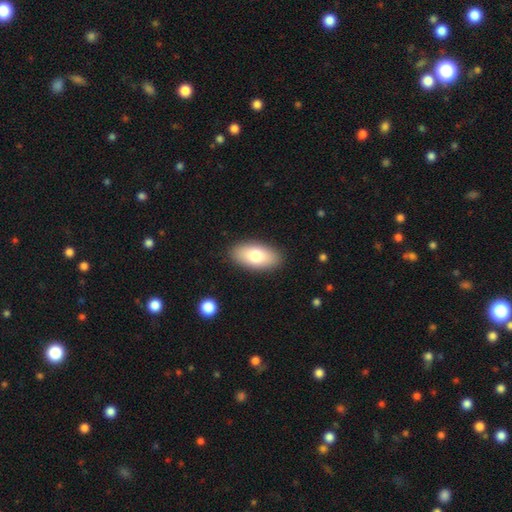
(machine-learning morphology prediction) smooth 77%, featured or disk 16%, star or artifact 7%. Down the decision tree: how rounded — in between (93%); merging — none (89%).